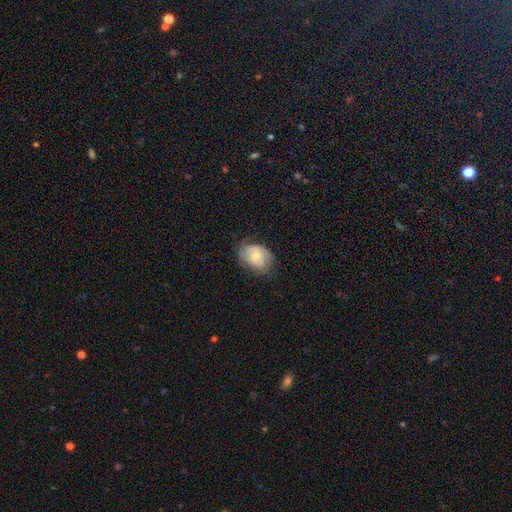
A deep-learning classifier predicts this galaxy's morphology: smooth 57%, featured or disk 35%, star or artifact 8%. Down the decision tree: how rounded — in between (70%); merging — none (63%).